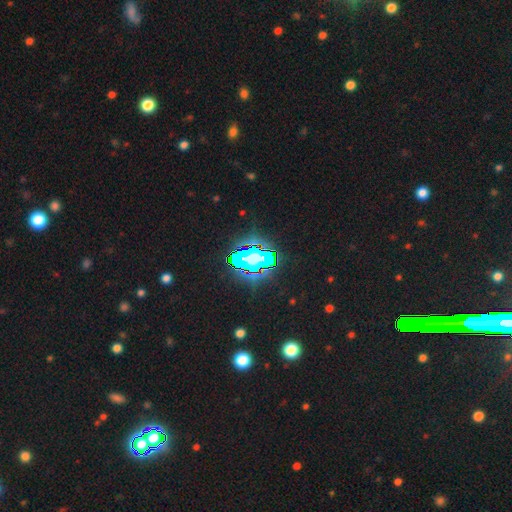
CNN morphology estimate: A star or artifact, not a galaxy (78%).

Vote fractions:
- Smooth or featured? star or artifact: 78% / smooth: 13% / featured or disk: 9%